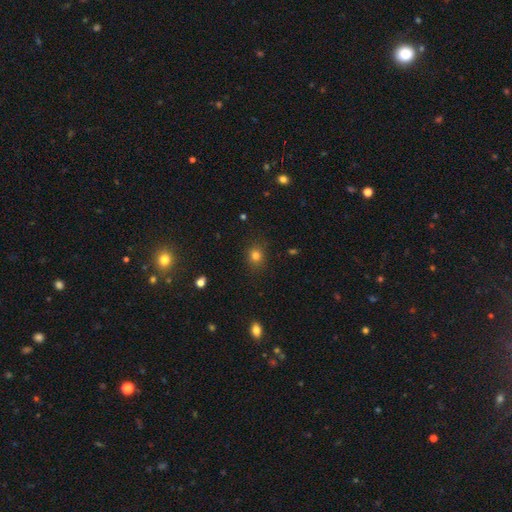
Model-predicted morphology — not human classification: The model was most divided on "how rounded": round: 73%, in between: 26%, cigar-shaped: 1%. More confident: merging — none (86%); smooth or featured — smooth (78%).